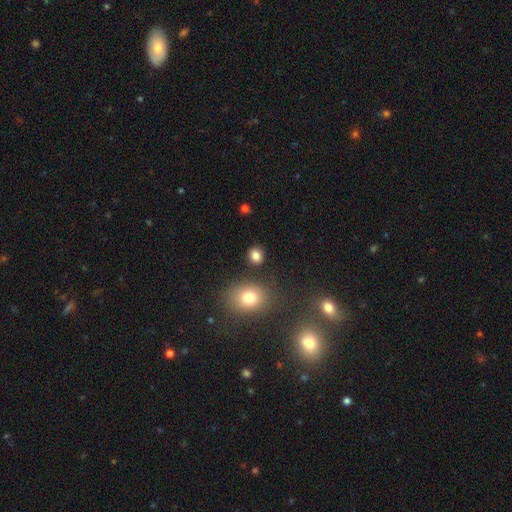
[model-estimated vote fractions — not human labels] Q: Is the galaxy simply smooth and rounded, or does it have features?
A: smooth — 83%.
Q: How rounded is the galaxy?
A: round — 73%.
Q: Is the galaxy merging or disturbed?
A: none — 86%.